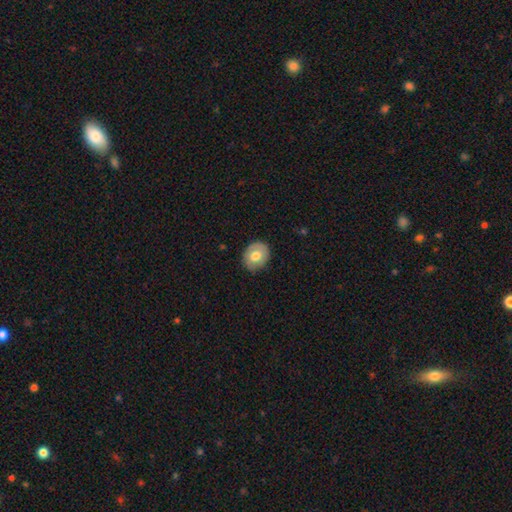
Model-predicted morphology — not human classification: Smooth or featured: smooth — 66% (featured or disk — 26%)
How rounded: round — 64% (in between — 35%)
Merging: none — 81% (minor disturbance — 15%)